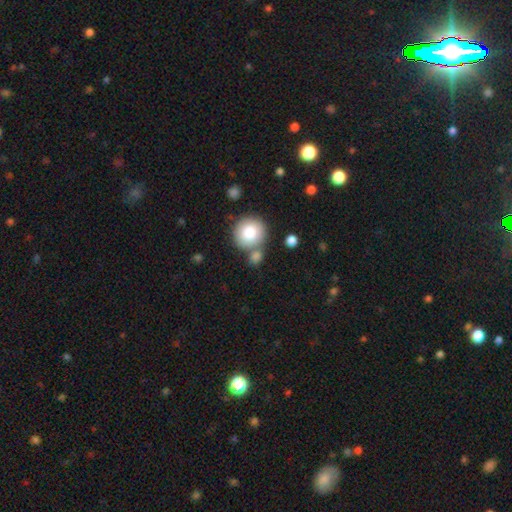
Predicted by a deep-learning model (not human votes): Morphology: type=smooth (83%); roundness=round (83%); merging=none (56%).